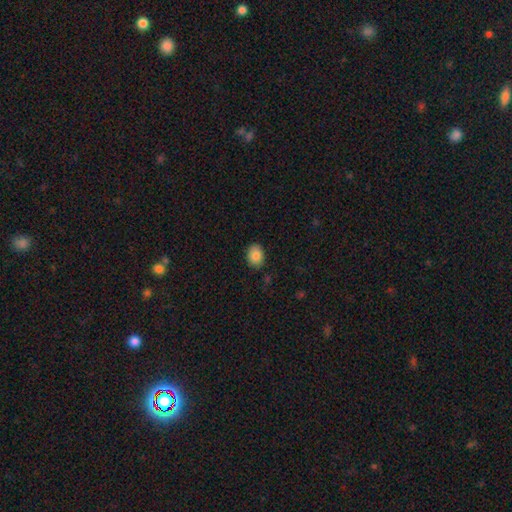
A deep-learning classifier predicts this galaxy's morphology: This appears to be a smooth galaxy with no disk features (85%) that is in between round and cigar-shaped (66%). Merging: none (85%).